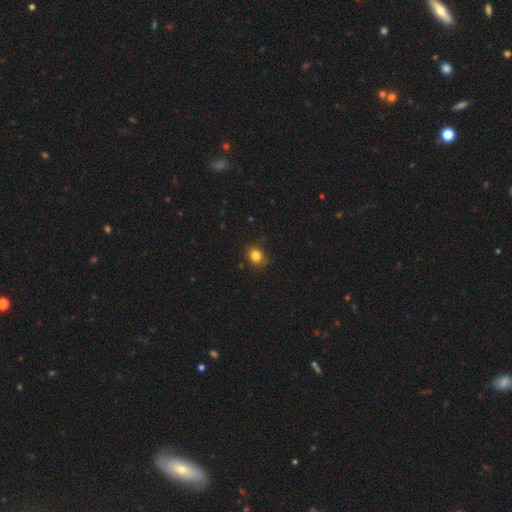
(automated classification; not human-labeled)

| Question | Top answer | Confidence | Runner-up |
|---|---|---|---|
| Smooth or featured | smooth | 83% | star or artifact (12%) |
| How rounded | round | 64% | in between (35%) |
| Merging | none | 79% | minor disturbance (17%) |